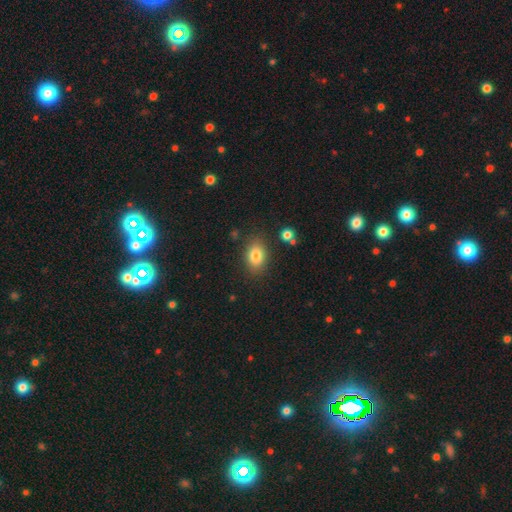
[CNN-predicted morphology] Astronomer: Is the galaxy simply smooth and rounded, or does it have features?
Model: smooth — 81%.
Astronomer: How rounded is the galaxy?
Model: in between — 76%.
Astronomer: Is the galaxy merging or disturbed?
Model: none — 82%.